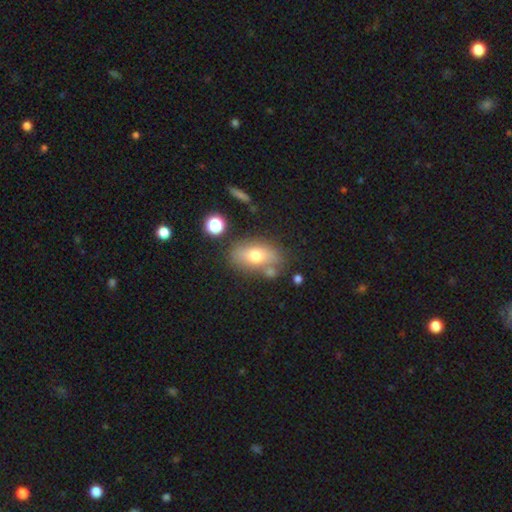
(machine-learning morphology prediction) A smooth galaxy with no disk features (66%) that is in between round and cigar-shaped (84%). Merging: none (67%).